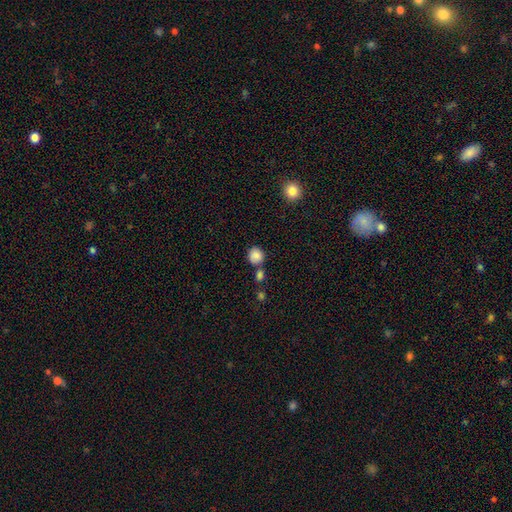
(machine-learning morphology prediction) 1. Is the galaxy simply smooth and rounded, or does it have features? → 86% smooth, 10% star or artifact, 5% featured or disk.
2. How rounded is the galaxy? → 86% round, 13% in between, 1% cigar-shaped.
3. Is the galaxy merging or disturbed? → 65% none, 19% merger, 13% minor disturbance, 4% major disturbance.